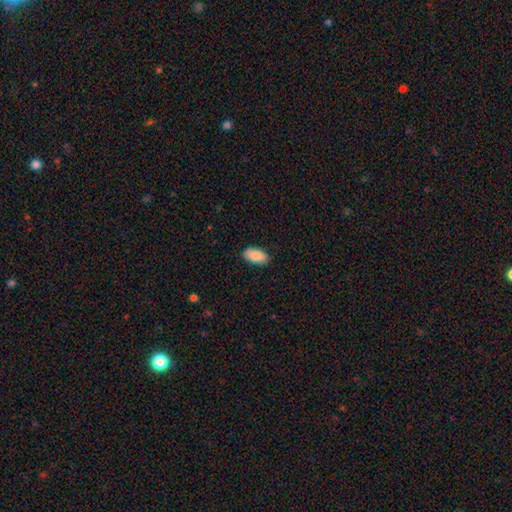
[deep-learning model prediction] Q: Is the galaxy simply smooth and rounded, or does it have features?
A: smooth — 85%.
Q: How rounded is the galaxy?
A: in between — 94%.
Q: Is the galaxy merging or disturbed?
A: none — 86%.